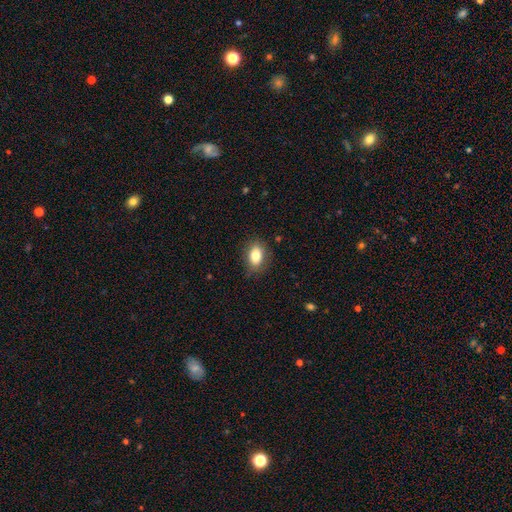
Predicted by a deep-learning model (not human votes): Smooth or featured? Predicted: smooth (p=0.83). How rounded? Predicted: in between (p=0.81). Merging? Predicted: none (p=0.84).